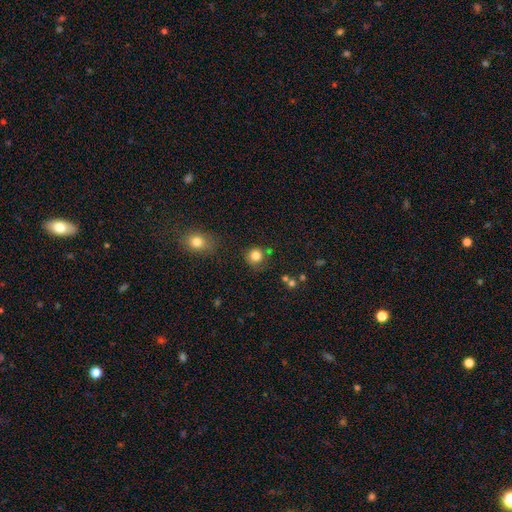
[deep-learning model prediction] A smooth galaxy with no disk features (83%) that is round (91%).

Vote fractions:
- Smooth or featured? smooth: 83% / star or artifact: 11% / featured or disk: 5%
- How rounded? round: 91% / in between: 8% / cigar-shaped: 1%
- Merging? none: 78% / minor disturbance: 13% / merger: 5% / major disturbance: 4%